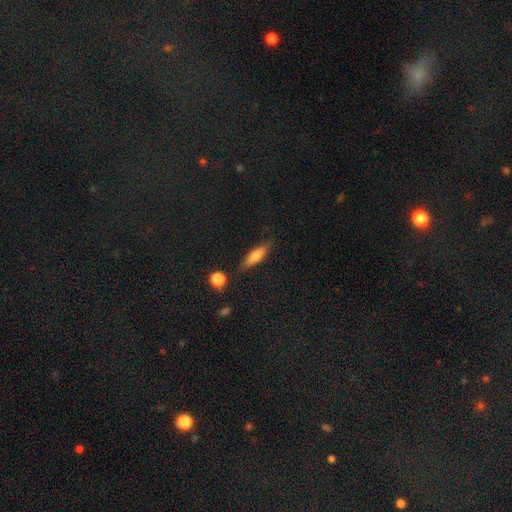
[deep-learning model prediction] Q: Smooth or featured?
A: smooth (63%); runner-up: featured or disk (29%)
Q: How rounded?
A: cigar-shaped (59%); runner-up: in between (38%)
Q: Merging?
A: none (81%); runner-up: minor disturbance (13%)